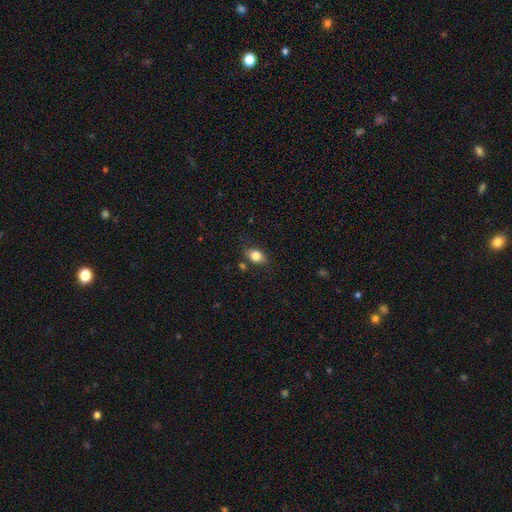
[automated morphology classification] A smooth galaxy with no disk features (80%) that is in between round and cigar-shaped (72%). Merging: none (76%).